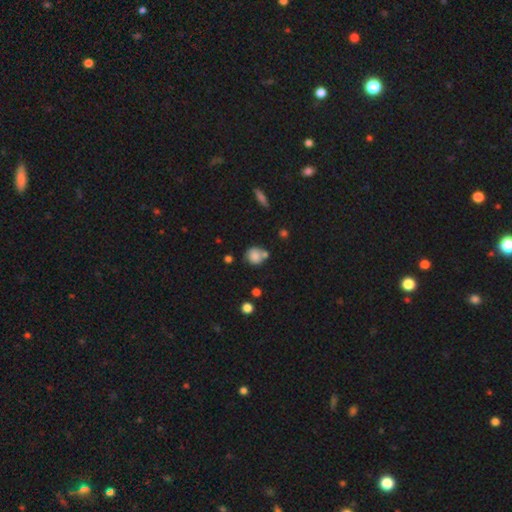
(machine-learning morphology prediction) The model was most divided on "merging": none: 53%, merger: 24%, minor disturbance: 17%, major disturbance: 5%. More confident: smooth or featured — smooth (81%); how rounded — round (79%).